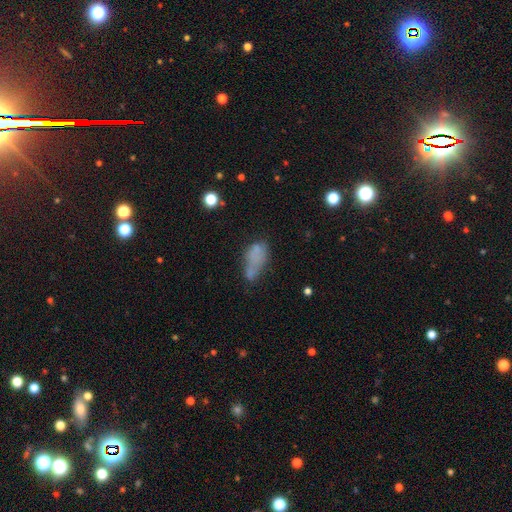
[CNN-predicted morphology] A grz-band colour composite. It shows a smooth galaxy with no disk features (65%) that is in between round and cigar-shaped (84%). Merging: none (34%).